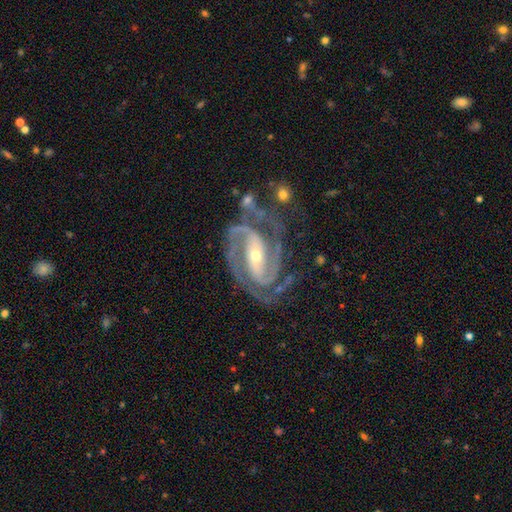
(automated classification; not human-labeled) A featured or disk galaxy (93%) with a strong bar (57%), 2 (76%) medium (49%) spiral arms (99%) and a small central bulge (59%).

Vote fractions:
- Smooth or featured? featured or disk: 93% / star or artifact: 4% / smooth: 2%
- Edge-on disk? no: 98% / yes: 2%
- Bar? strong: 57% / weak: 26% / no: 17%
- Spiral arms? yes: 99% / no: 1%
- Spiral winding? medium: 49% / tight: 45% / loose: 7%
- Spiral arm count? 2: 76% / 3: 14% / can't tell: 3% / 4: 3% / 1: 2% / more than 4: 2%
- Bulge size? small: 59% / moderate: 37% / large: 2% / none: 1% / dominant: 1%
- Merging? none: 68% / minor disturbance: 17% / major disturbance: 11% / merger: 4%